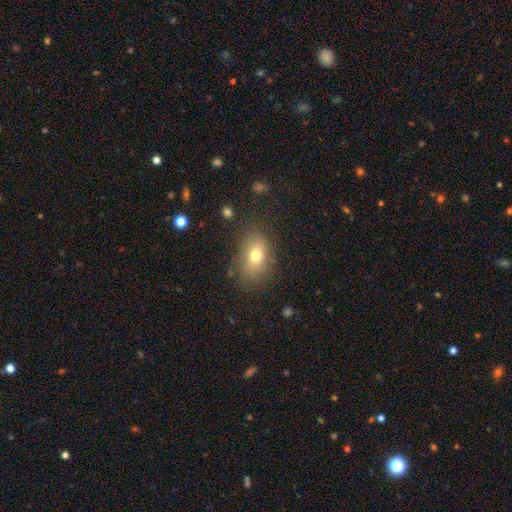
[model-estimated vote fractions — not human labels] smooth 74%, featured or disk 15%, star or artifact 11%. Down the decision tree: how rounded — in between (80%); merging — none (74%).